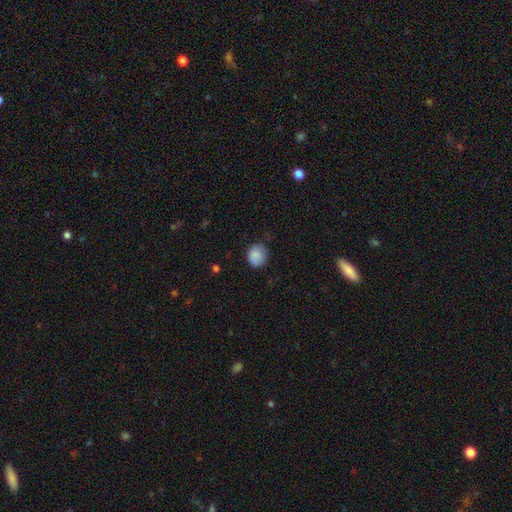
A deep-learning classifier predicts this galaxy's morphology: Q: Smooth or featured?
A: smooth (87%); runner-up: star or artifact (8%)
Q: How rounded?
A: round (74%); runner-up: in between (25%)
Q: Merging?
A: none (73%); runner-up: minor disturbance (22%)